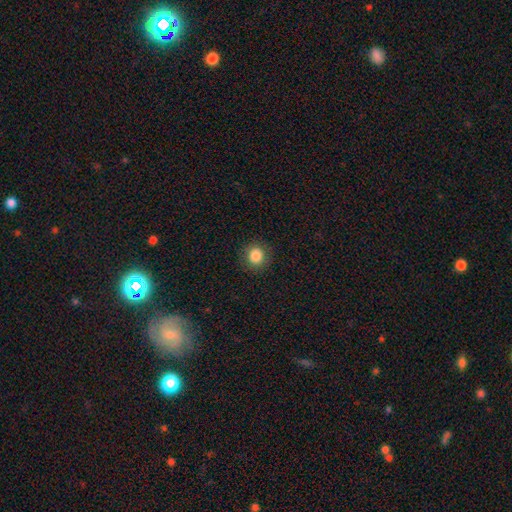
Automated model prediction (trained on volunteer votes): Morphology: type=smooth (85%); roundness=round (84%); merging=none (90%).